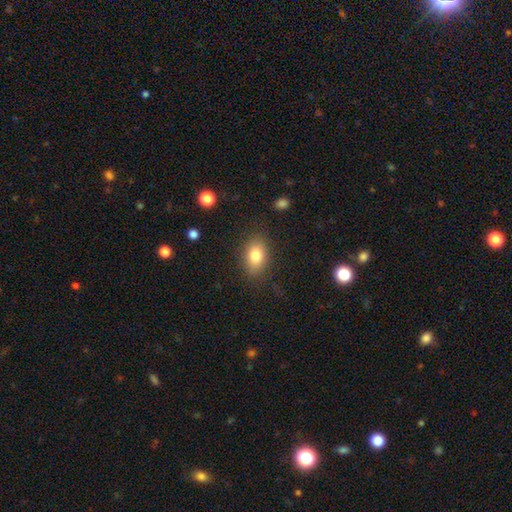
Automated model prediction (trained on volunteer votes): smooth 81%, featured or disk 10%, star or artifact 9%. Down the decision tree: how rounded — in between (82%); merging — none (82%).